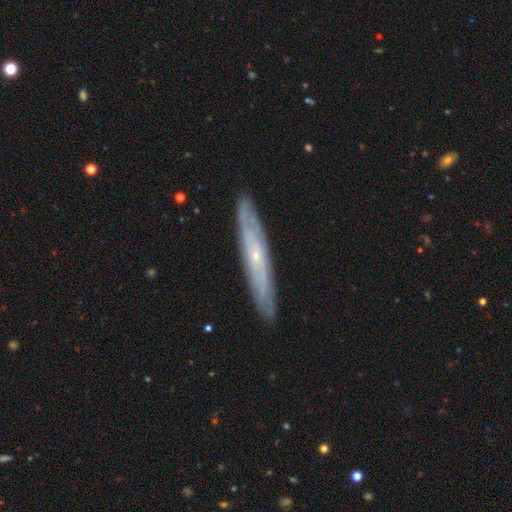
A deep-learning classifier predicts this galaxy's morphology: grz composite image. It shows a featured or disk galaxy (72%) viewed edge-on (65%). Merging: none (88%).